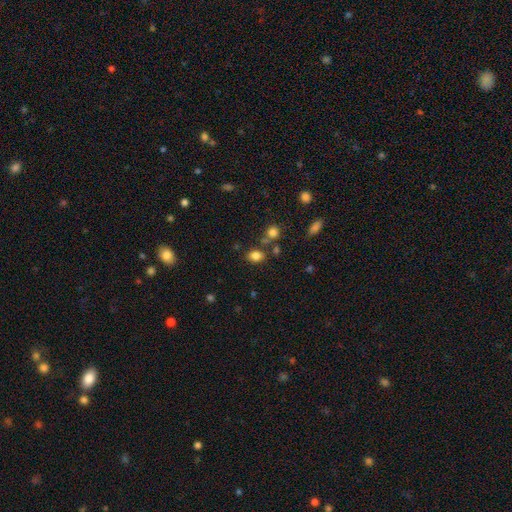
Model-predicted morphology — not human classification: Q: Smooth or featured?
A: smooth (81%); runner-up: star or artifact (13%)
Q: How rounded?
A: in between (72%); runner-up: round (27%)
Q: Merging?
A: none (72%); runner-up: minor disturbance (13%)